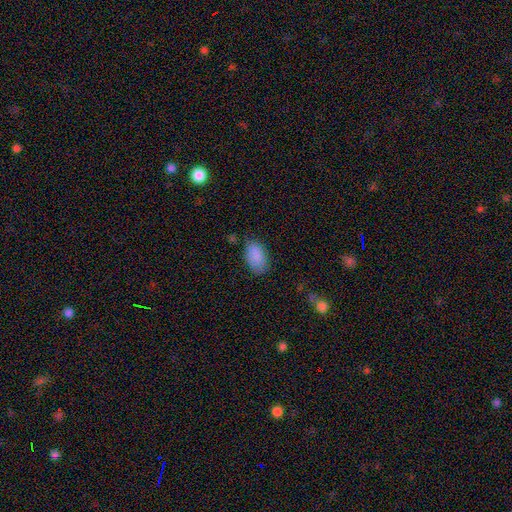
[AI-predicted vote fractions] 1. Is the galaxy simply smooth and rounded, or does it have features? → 88% smooth, 7% star or artifact, 5% featured or disk.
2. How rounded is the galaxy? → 93% in between, 6% round, 1% cigar-shaped.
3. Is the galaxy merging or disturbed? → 75% none, 19% minor disturbance, 4% major disturbance, 2% merger.